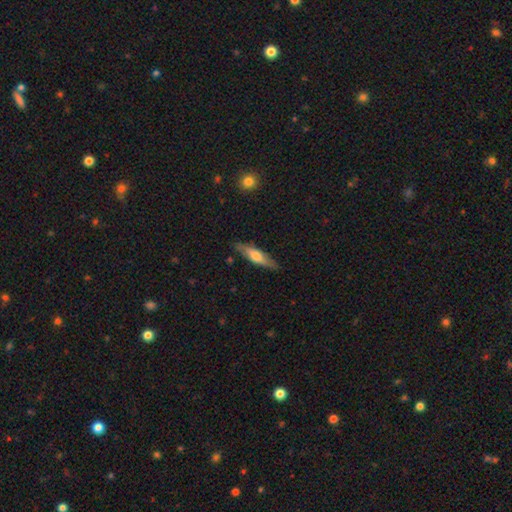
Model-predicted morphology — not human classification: A smooth galaxy with no disk features (50%) that is cigar-shaped (71%). Merging: none (83%).